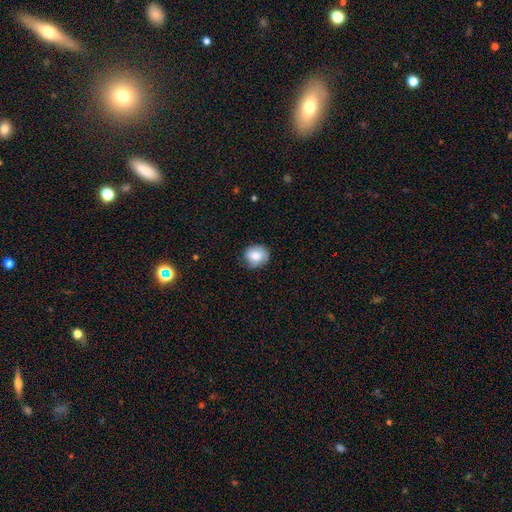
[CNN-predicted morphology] A smooth galaxy with no disk features (82%) that is round (69%). Merging: none (74%).